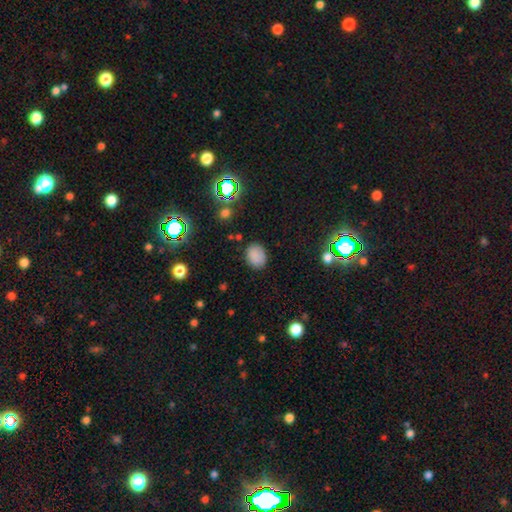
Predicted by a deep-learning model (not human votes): Smooth or featured: smooth — 82% (star or artifact — 13%)
How rounded: in between — 50% (round — 49%)
Merging: none — 83% (minor disturbance — 13%)